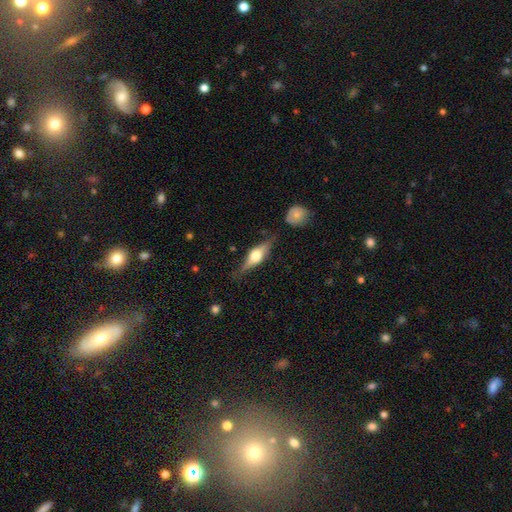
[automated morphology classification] type=featured or disk (65%); edge-on=yes (93%); edge-on bulge=rounded (92%); merging=none (76%).